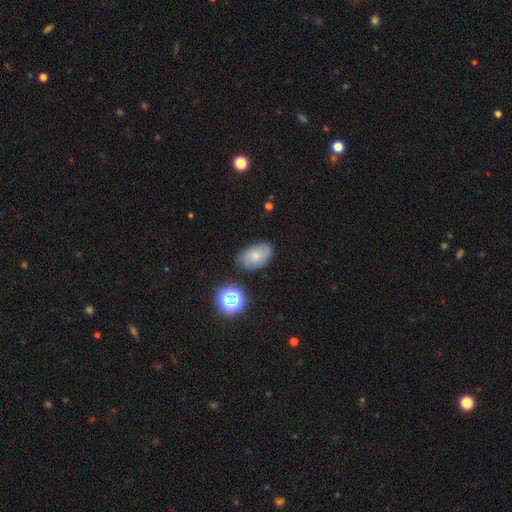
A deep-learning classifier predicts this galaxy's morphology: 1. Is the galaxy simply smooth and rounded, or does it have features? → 65% smooth, 24% featured or disk, 12% star or artifact.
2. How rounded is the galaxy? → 89% in between, 9% round, 1% cigar-shaped.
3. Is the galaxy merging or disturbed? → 78% none, 15% minor disturbance, 4% major disturbance, 3% merger.